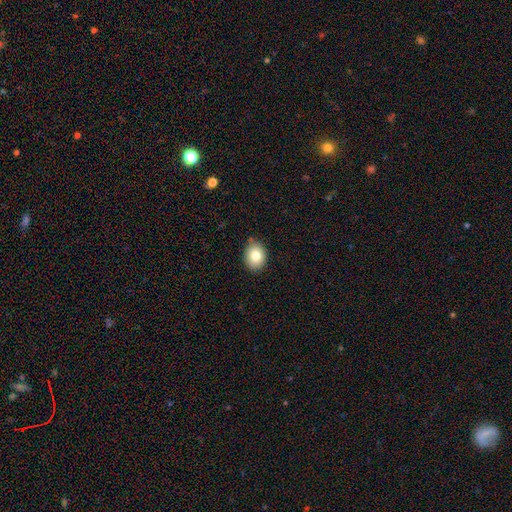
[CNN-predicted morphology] smooth 81%, featured or disk 10%, star or artifact 9%. Down the decision tree: how rounded — in between (53%); merging — none (78%).